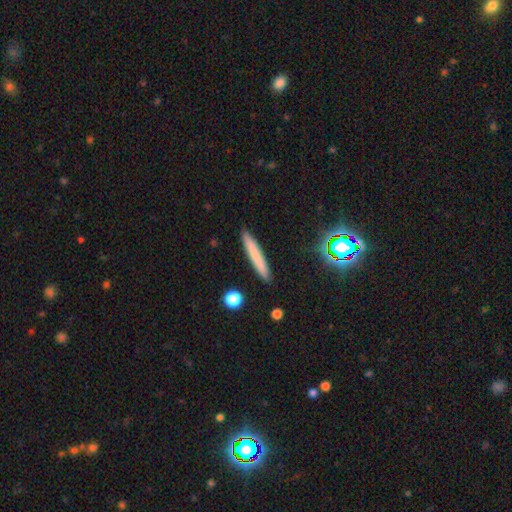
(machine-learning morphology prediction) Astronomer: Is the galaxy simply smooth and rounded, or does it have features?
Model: smooth — 73%.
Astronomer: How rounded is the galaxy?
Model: cigar-shaped — 95%.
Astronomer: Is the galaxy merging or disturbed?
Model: none — 91%.